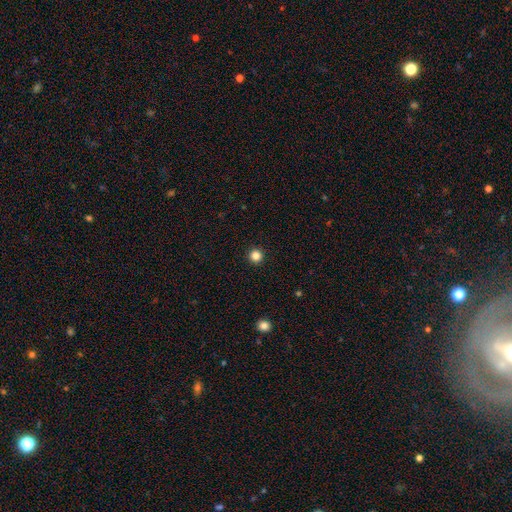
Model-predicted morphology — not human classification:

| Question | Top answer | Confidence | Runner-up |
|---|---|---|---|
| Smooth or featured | smooth | 84% | star or artifact (12%) |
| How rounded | round | 96% | in between (3%) |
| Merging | none | 94% | minor disturbance (4%) |